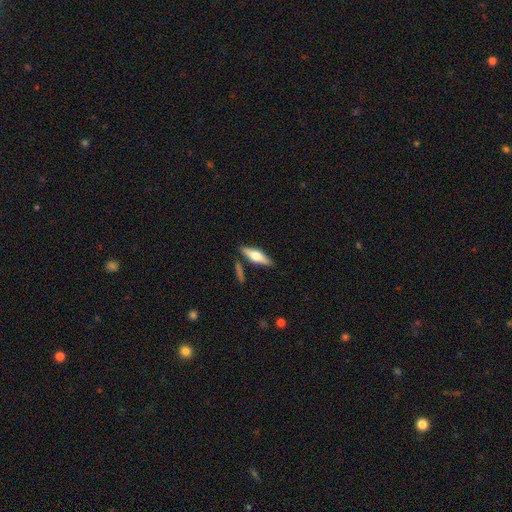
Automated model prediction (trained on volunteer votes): Q: Smooth or featured?
A: featured or disk (50%); runner-up: smooth (44%)
Q: Edge-on disk?
A: yes (93%); runner-up: no (7%)
Q: Merging?
A: none (82%); runner-up: minor disturbance (10%)